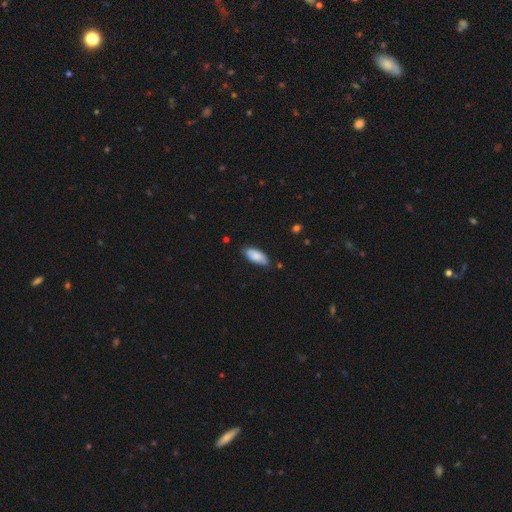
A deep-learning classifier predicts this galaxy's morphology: smooth-or-featured: smooth: 81% | featured or disk: 13% | star or artifact: 6%
  how-rounded: in between: 86% | cigar-shaped: 13% | round: 2%
  merging: none: 76% | minor disturbance: 20% | major disturbance: 3% | merger: 2%